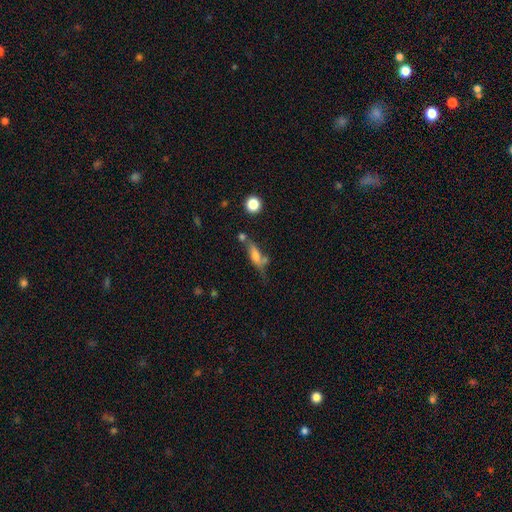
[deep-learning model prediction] This appears to be a smooth galaxy with no disk features (49%). Merging: none (48%).